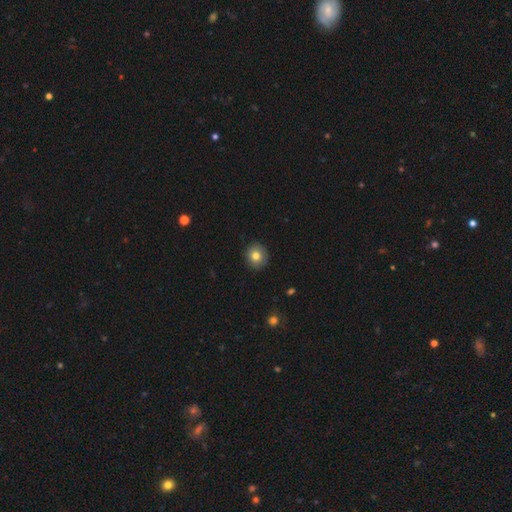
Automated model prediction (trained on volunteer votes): Overall: smooth (78%). How rounded: round (89%). Merging: none (90%).